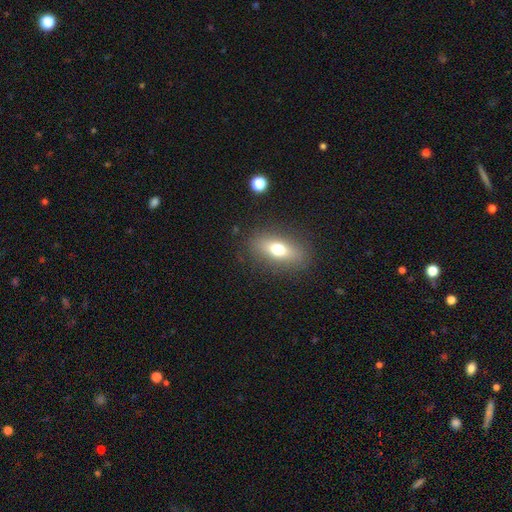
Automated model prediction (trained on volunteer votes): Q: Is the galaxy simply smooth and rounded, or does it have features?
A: smooth — 60%.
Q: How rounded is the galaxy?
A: in between — 71%.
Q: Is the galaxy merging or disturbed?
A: none — 87%.